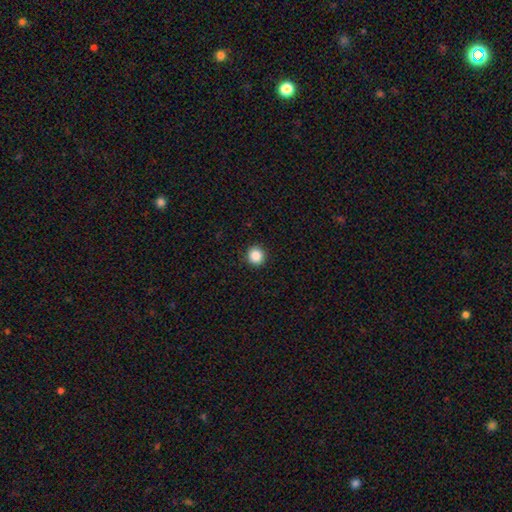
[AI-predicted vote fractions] Smooth or featured? smooth (87%)
How rounded? round (94%)
Merging? none (93%)